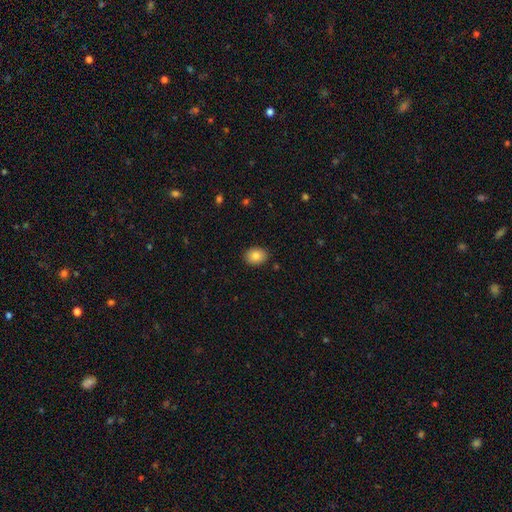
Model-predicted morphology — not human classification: Smooth or featured? smooth (84%)
How rounded? in between (64%)
Merging? none (89%)